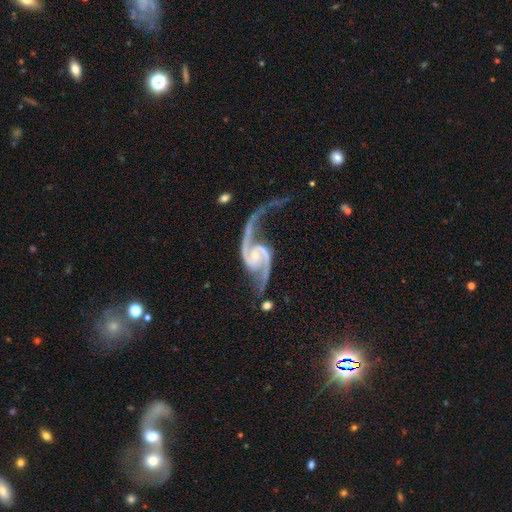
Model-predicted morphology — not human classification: A featured or disk galaxy (94%) with no bar (49%), 2 (94%) loose (53%) spiral arms (98%) and a small central bulge (64%).

Vote fractions:
- Smooth or featured? featured or disk: 94% / star or artifact: 4% / smooth: 2%
- Edge-on disk? no: 98% / yes: 2%
- Bar? no: 49% / weak: 37% / strong: 14%
- Spiral arms? yes: 98% / no: 2%
- Spiral winding? loose: 53% / medium: 38% / tight: 9%
- Spiral arm count? 2: 94% / 1: 2% / can't tell: 1% / 3: 1% / 4: 1% / more than 4: 1%
- Bulge size? small: 64% / moderate: 26% / none: 6% / large: 2% / dominant: 1%
- Merging? none: 49% / major disturbance: 25% / minor disturbance: 20% / merger: 7%